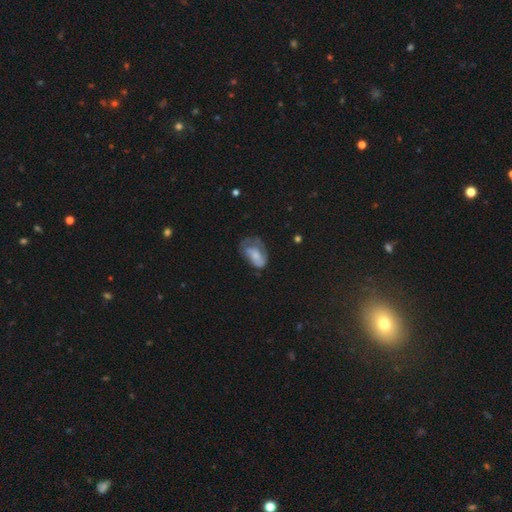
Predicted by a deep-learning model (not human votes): Smooth or featured? Predicted: smooth (p=0.49). Merging? Predicted: none (p=0.35).